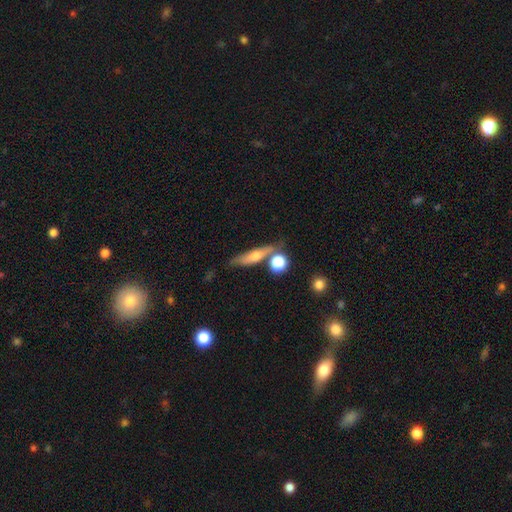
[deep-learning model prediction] smooth_or_featured: smooth (p=0.49) [alt: featured or disk p=0.41]
merging: none (p=0.65) [alt: minor disturbance p=0.15]